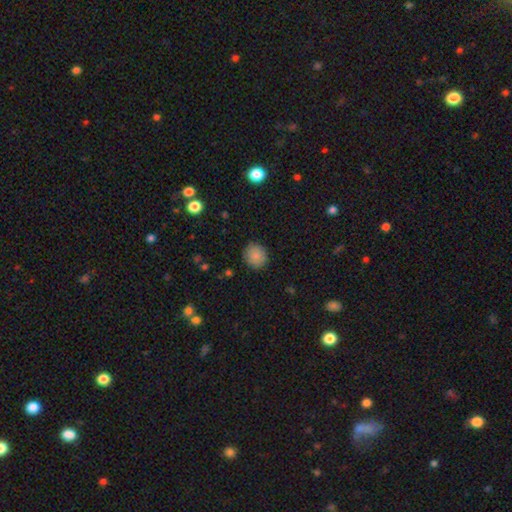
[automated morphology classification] smooth 86%, star or artifact 9%, featured or disk 5%. Down the decision tree: how rounded — round (83%); merging — none (88%).